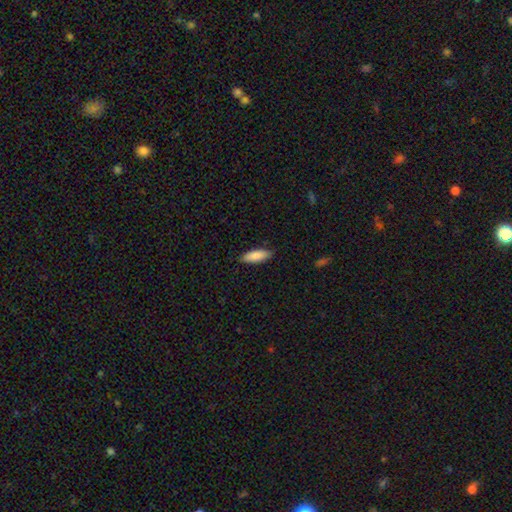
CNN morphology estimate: This is clearly a smooth galaxy (87%). How rounded: likely in between (60%). Merging: clearly none (87%).